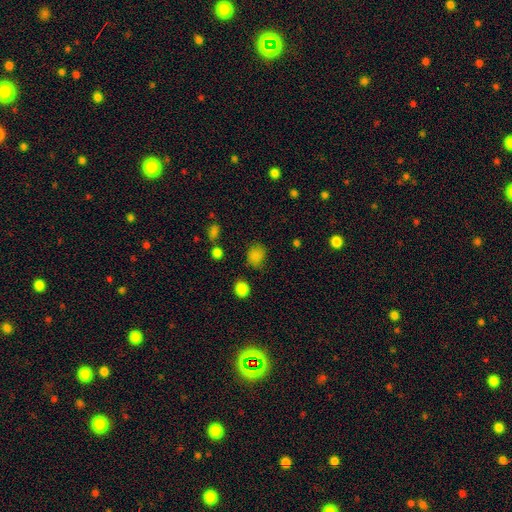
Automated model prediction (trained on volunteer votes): This is clearly a smooth galaxy (81%). How rounded: likely round (68%). Merging: likely none (73%).